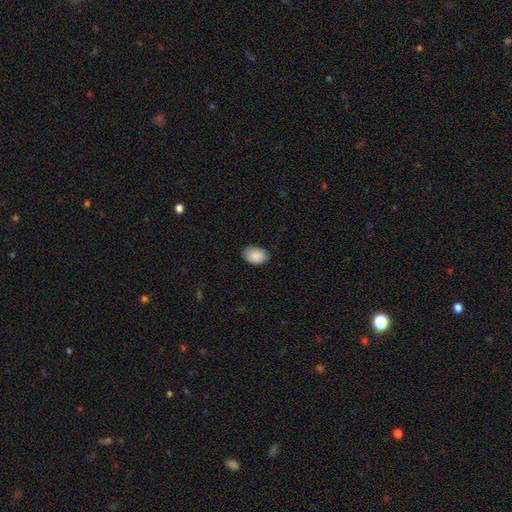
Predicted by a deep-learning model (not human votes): Smooth or featured? smooth (89%)
How rounded? in between (85%)
Merging? none (80%)